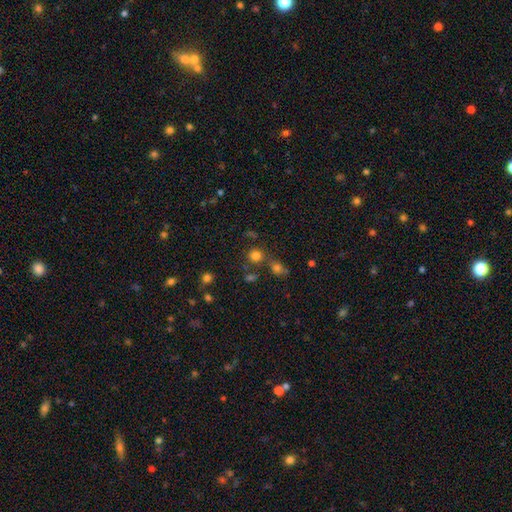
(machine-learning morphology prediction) Smooth or featured? smooth (76%)
How rounded? round (89%)
Merging? none (72%)